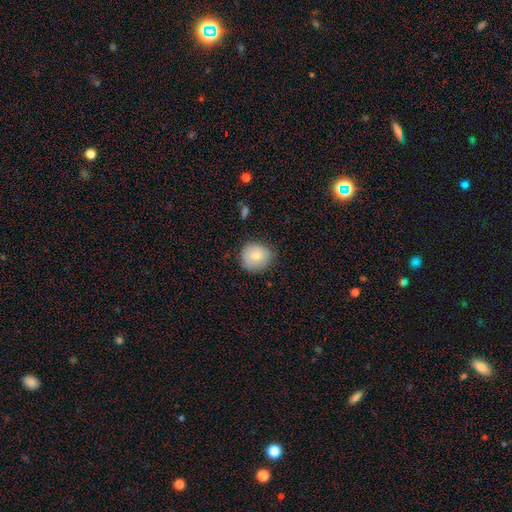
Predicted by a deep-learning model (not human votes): smooth-or-featured: smooth: 80% | featured or disk: 12% | star or artifact: 8%
  how-rounded: round: 84% | in between: 15% | cigar-shaped: 1%
  merging: none: 77% | minor disturbance: 18% | major disturbance: 4% | merger: 1%